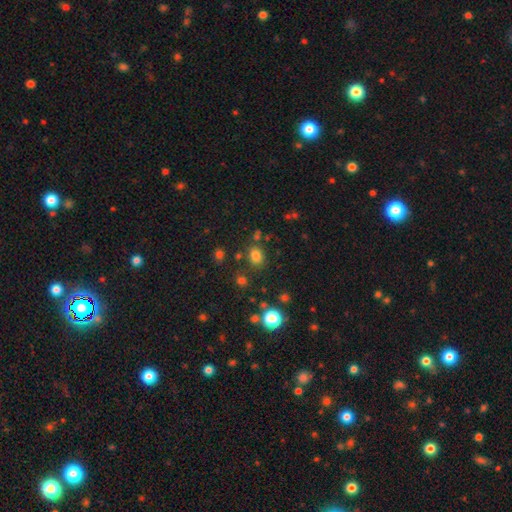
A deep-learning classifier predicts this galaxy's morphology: Smooth or featured? Predicted: smooth (p=0.78). How rounded? Predicted: round (p=0.54). Merging? Predicted: none (p=0.78).